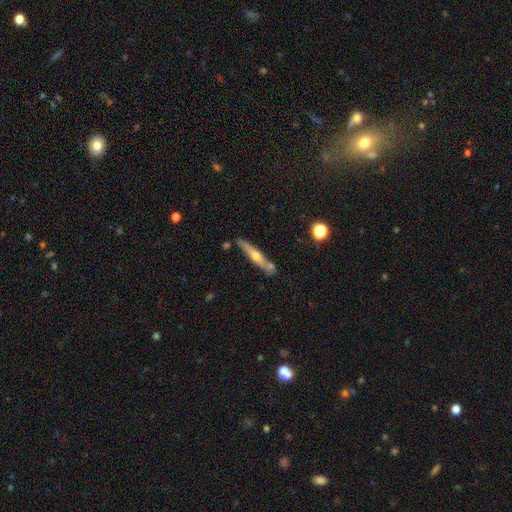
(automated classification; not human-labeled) This appears to be a featured or disk galaxy (58%) viewed edge-on (93%) with a rounded central bulge (86%). Merging: none (77%).